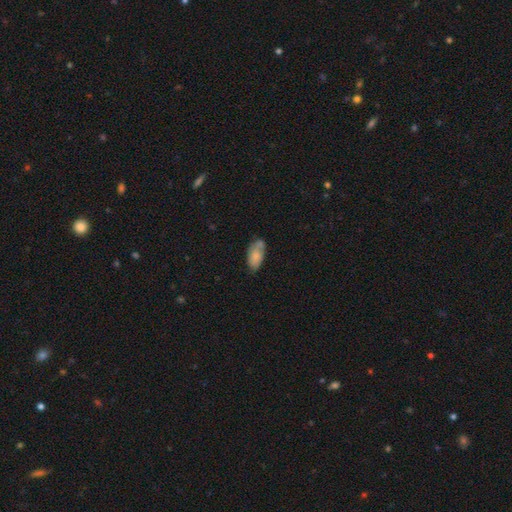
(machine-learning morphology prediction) This appears to be a smooth galaxy with no disk features (73%) that is in between round and cigar-shaped (91%). Merging: none (50%).